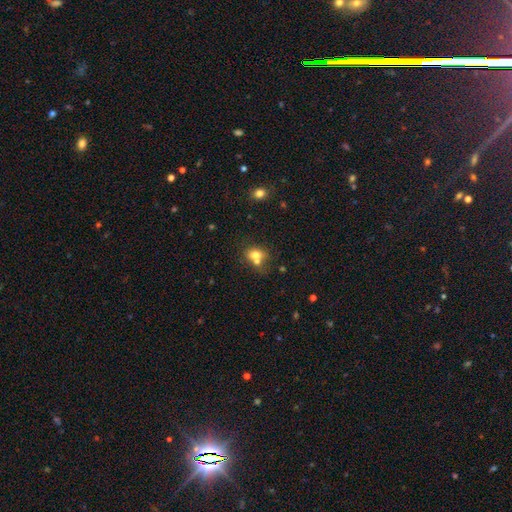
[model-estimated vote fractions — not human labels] This appears to be a smooth galaxy with no disk features (72%) that is in between round and cigar-shaped (54%). Merging: merger (50%).